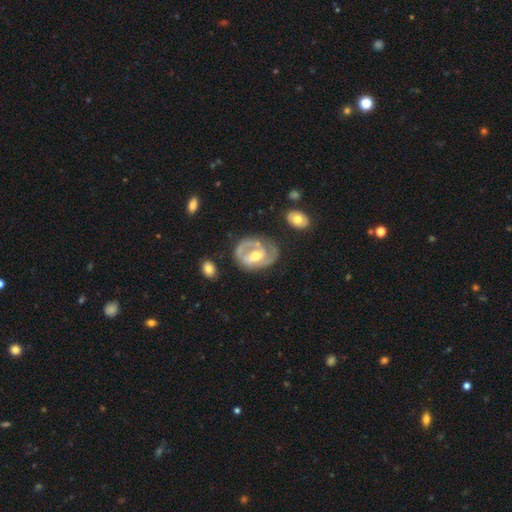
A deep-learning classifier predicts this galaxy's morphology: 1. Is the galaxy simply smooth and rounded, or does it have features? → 81% featured or disk, 14% smooth, 5% star or artifact.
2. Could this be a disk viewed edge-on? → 97% no, 3% yes.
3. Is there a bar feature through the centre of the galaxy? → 42% weak, 32% no, 26% strong.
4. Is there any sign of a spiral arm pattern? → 78% yes, 22% no.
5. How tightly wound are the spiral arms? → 43% tight, 42% medium, 15% loose.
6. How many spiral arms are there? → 61% 2, 17% can't tell, 15% 1, 5% 3, 1% 4, 1% more than 4.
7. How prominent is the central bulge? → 63% moderate, 31% small, 4% large, 1% none, 1% dominant.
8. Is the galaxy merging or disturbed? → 58% none, 23% minor disturbance, 15% major disturbance, 4% merger.